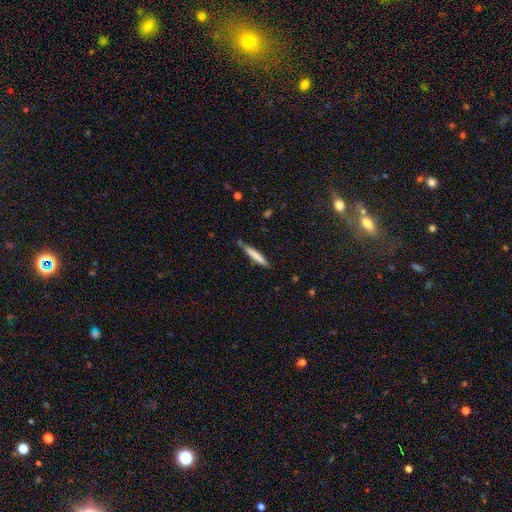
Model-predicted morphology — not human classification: smooth 74%, featured or disk 20%, star or artifact 6%. Down the decision tree: how rounded — cigar-shaped (94%); merging — none (79%).